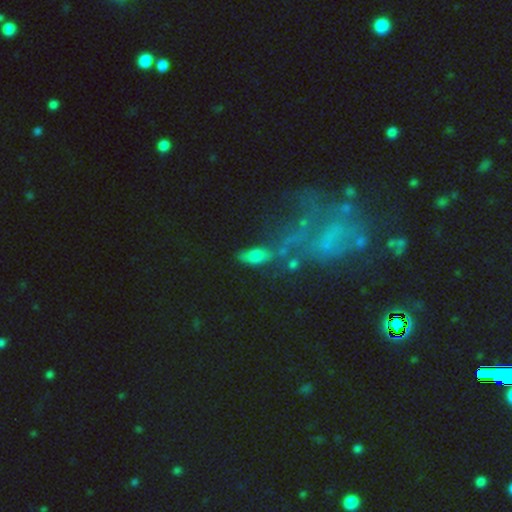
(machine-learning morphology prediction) Smooth or featured: smooth — 59% (featured or disk — 23%)
How rounded: in between — 74% (cigar-shaped — 17%)
Merging: none — 49% (minor disturbance — 23%)